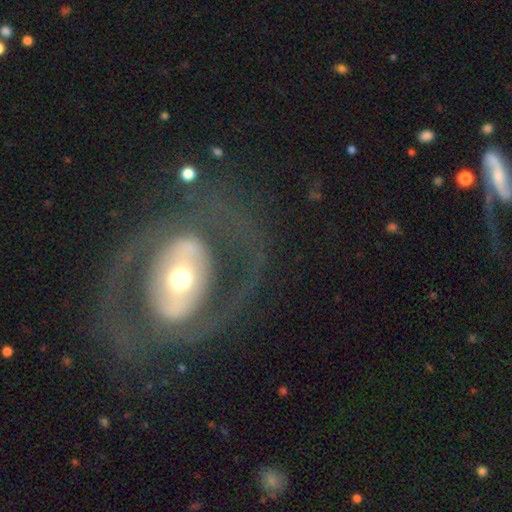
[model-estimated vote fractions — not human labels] This appears to be a featured or disk galaxy (78%) with no bar (45%), spiral arms (55%) and a moderate central bulge (62%). Merging: none (75%).